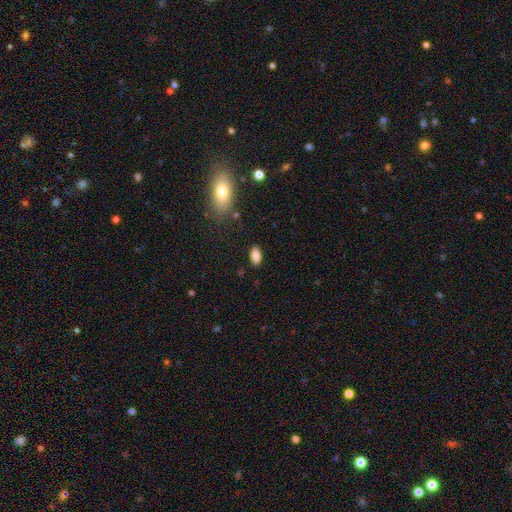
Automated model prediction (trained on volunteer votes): Smooth or featured? smooth (86%)
How rounded? in between (92%)
Merging? none (87%)